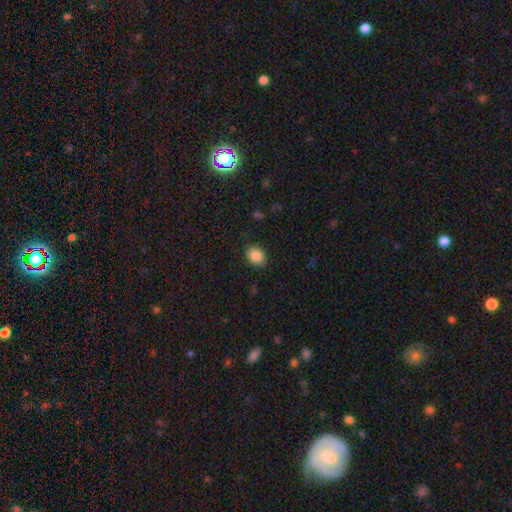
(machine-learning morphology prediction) Smooth or featured: smooth — 86% (star or artifact — 9%)
How rounded: round — 52% (in between — 47%)
Merging: none — 85% (minor disturbance — 11%)